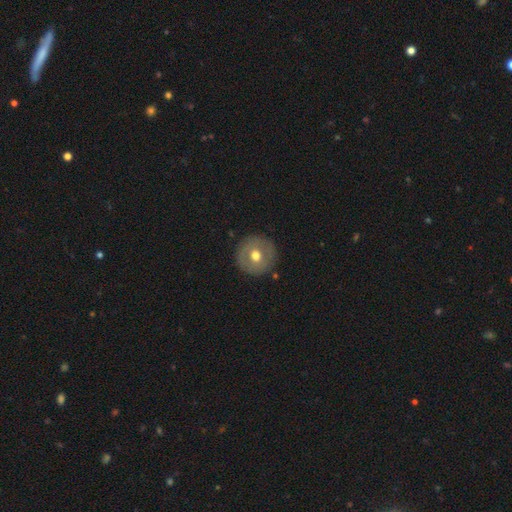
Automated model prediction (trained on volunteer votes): This is possibly a smooth galaxy (55%). How rounded: clearly round (95%). Merging: clearly none (89%).